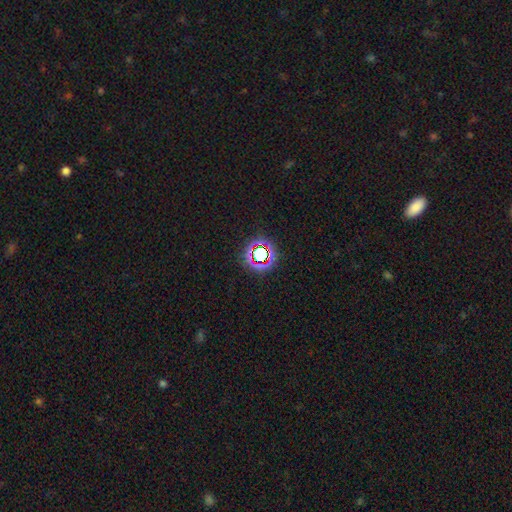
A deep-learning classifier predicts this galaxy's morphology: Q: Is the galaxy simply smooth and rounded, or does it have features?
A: star or artifact — 68%.